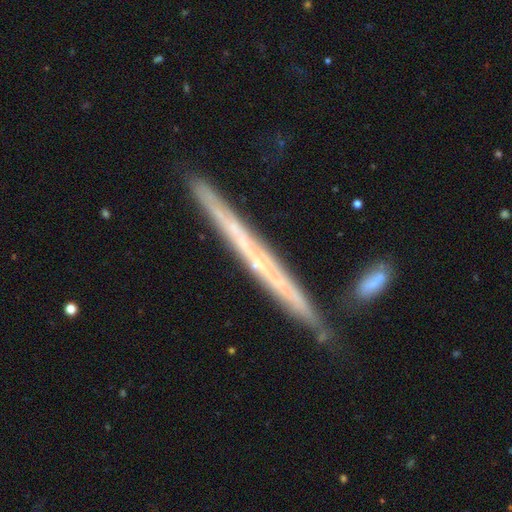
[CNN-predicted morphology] This is likely a featured or disk galaxy (74%). It is clearly viewed edge-on (94%). Edge-on bulge: likely none (76%). Merging: clearly none (82%).